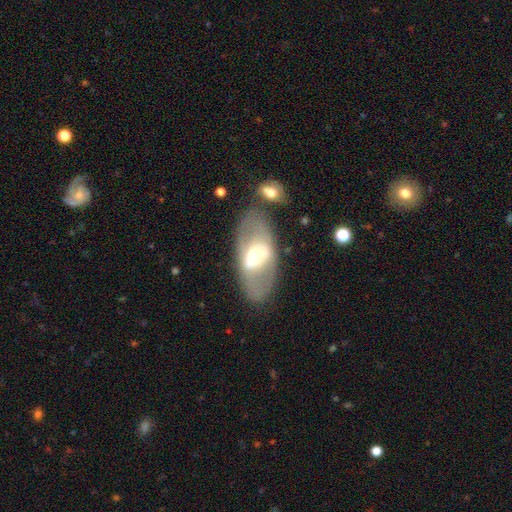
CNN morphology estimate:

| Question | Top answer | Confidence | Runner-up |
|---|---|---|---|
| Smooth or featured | featured or disk | 56% | smooth (36%) |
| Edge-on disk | no | 87% | yes (13%) |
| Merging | none | 67% | minor disturbance (15%) |